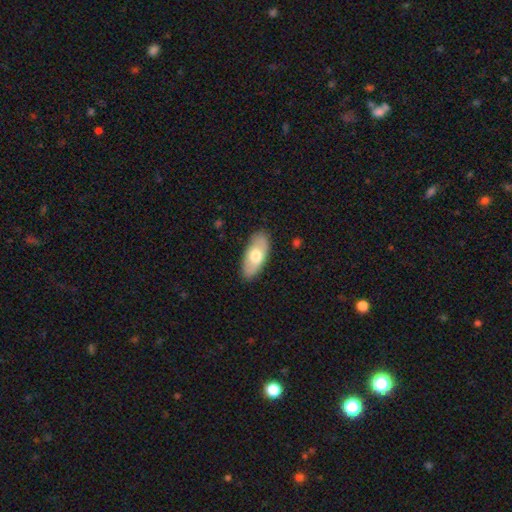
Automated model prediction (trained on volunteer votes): smooth_or_featured: smooth (p=0.64) [alt: featured or disk p=0.30]
how_rounded: in between (p=0.88) [alt: cigar-shaped p=0.09]
merging: none (p=0.86) [alt: minor disturbance p=0.11]